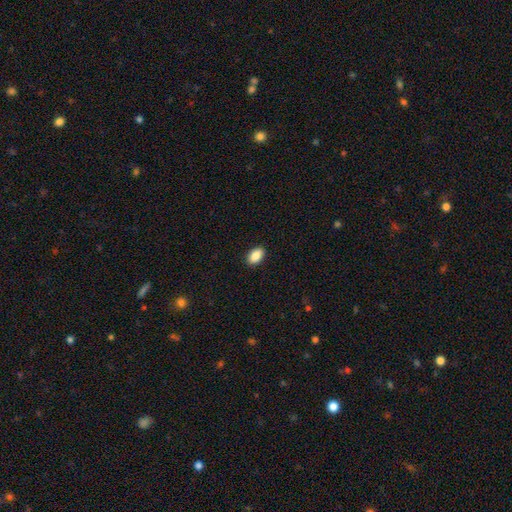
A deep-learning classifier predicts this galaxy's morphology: Overall: smooth (89%). How rounded: in between (91%). Merging: none (90%).